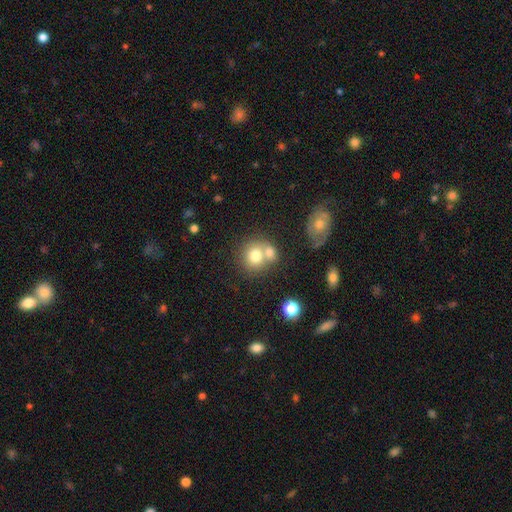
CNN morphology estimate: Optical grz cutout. It shows a smooth galaxy with no disk features (74%) that is round (81%). Merging: merger (50%).